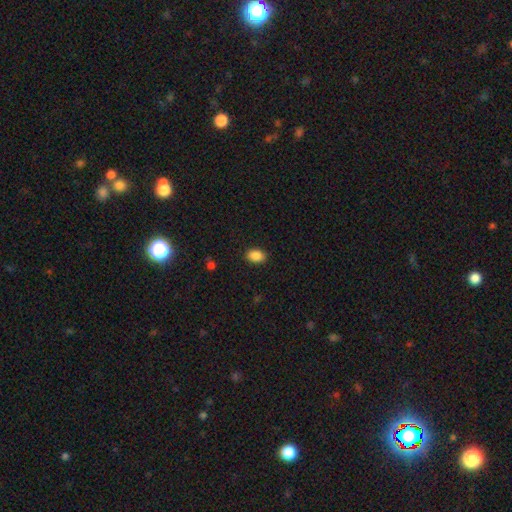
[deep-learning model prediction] A smooth galaxy with no disk features (89%) that is in between round and cigar-shaped (83%).

Vote fractions:
- Smooth or featured? smooth: 89% / star or artifact: 8% / featured or disk: 3%
- How rounded? in between: 83% / round: 16% / cigar-shaped: 1%
- Merging? none: 89% / minor disturbance: 8% / major disturbance: 2% / merger: 1%